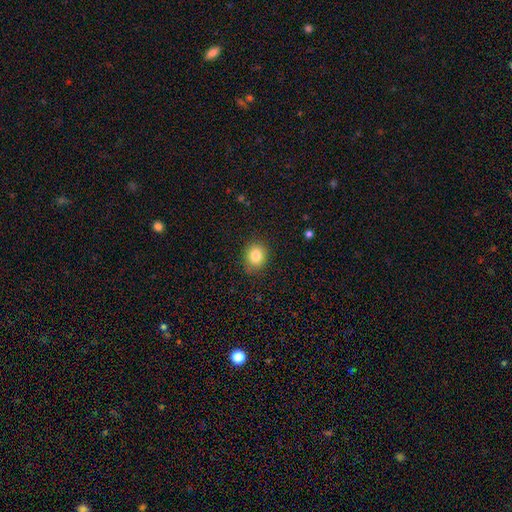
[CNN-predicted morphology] A smooth galaxy with no disk features (83%) that is round (66%).

Vote fractions:
- Smooth or featured? smooth: 83% / star or artifact: 10% / featured or disk: 7%
- How rounded? round: 66% / in between: 33% / cigar-shaped: 1%
- Merging? none: 85% / minor disturbance: 11% / major disturbance: 3% / merger: 1%